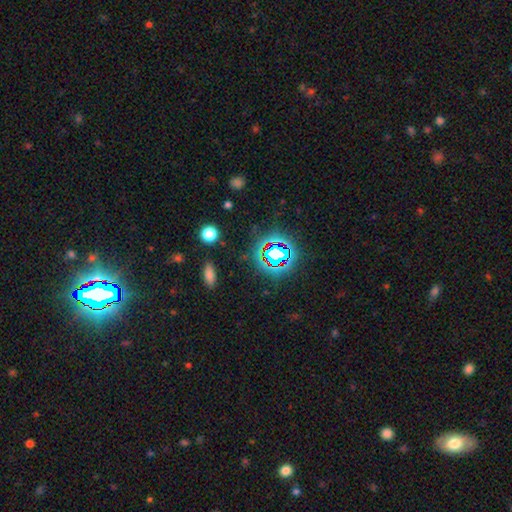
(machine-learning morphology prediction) smooth_or_featured: star or artifact (p=0.79) [alt: smooth p=0.13]